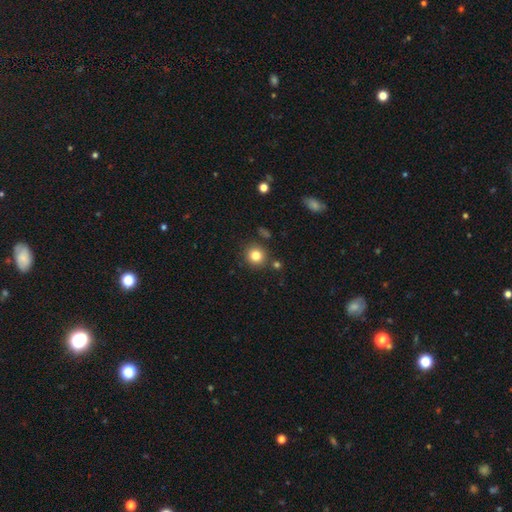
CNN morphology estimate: A smooth galaxy with no disk features (82%) that is round (89%).

Vote fractions:
- Smooth or featured? smooth: 82% / star or artifact: 11% / featured or disk: 6%
- How rounded? round: 89% / in between: 10% / cigar-shaped: 1%
- Merging? none: 84% / minor disturbance: 8% / merger: 5% / major disturbance: 3%